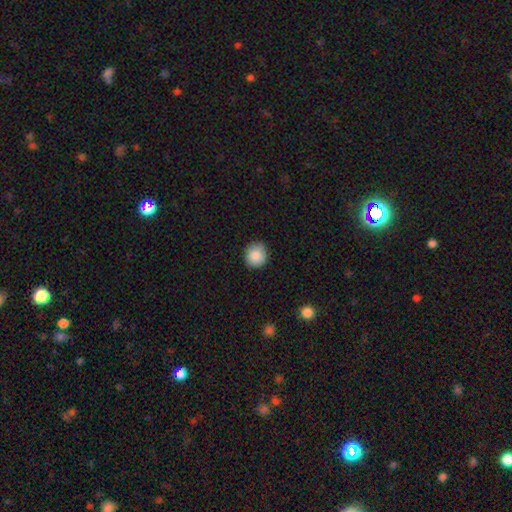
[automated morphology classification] smooth_or_featured: smooth (p=0.88) [alt: star or artifact p=0.08]
how_rounded: round (p=0.87) [alt: in between p=0.12]
merging: none (p=0.86) [alt: minor disturbance p=0.11]